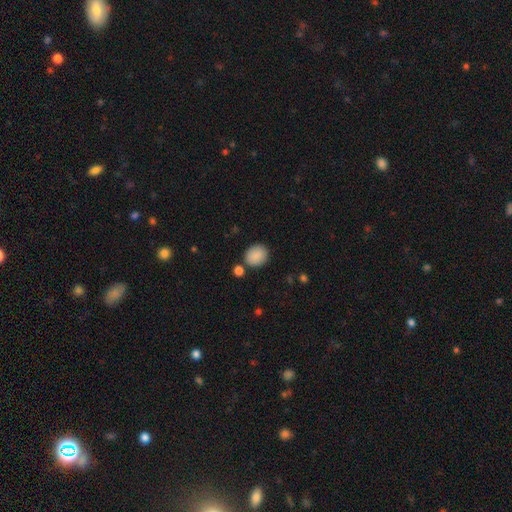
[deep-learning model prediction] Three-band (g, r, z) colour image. It shows a smooth galaxy with no disk features (89%) that is round (67%). Merging: none (79%).